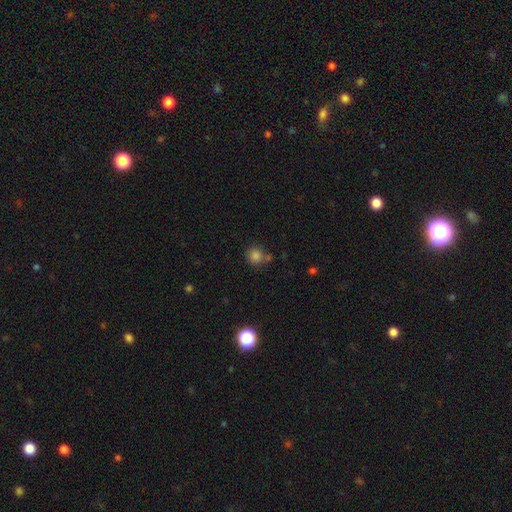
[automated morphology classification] The model was most divided on "merging": none: 70%, merger: 14%, minor disturbance: 12%, major disturbance: 4%. More confident: how rounded — round (87%); smooth or featured — smooth (82%).